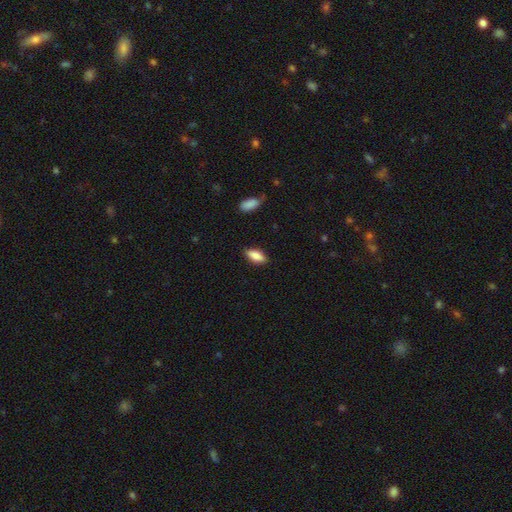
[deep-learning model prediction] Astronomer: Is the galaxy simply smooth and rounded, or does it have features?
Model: smooth — 83%.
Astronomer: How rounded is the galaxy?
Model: in between — 78%.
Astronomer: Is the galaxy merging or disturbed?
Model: none — 85%.